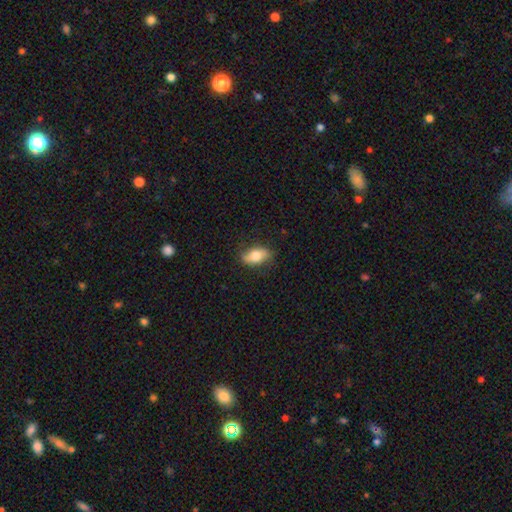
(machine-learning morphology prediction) smooth_or_featured: smooth (p=0.70) [alt: featured or disk p=0.23]
how_rounded: in between (p=0.86) [alt: round p=0.08]
merging: none (p=0.81) [alt: minor disturbance p=0.15]